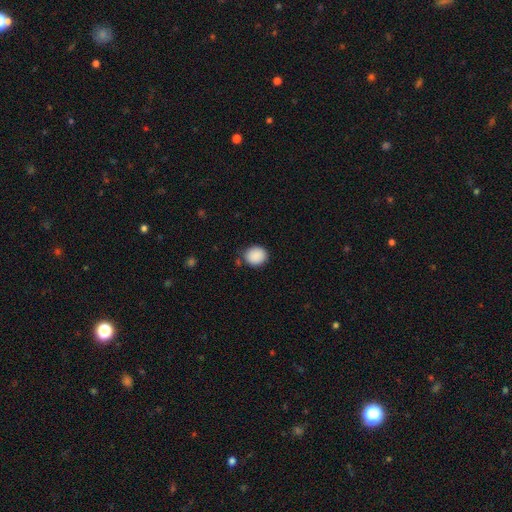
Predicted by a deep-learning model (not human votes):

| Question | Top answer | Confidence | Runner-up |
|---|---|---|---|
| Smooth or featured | smooth | 89% | star or artifact (8%) |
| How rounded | round | 78% | in between (21%) |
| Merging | none | 80% | minor disturbance (14%) |